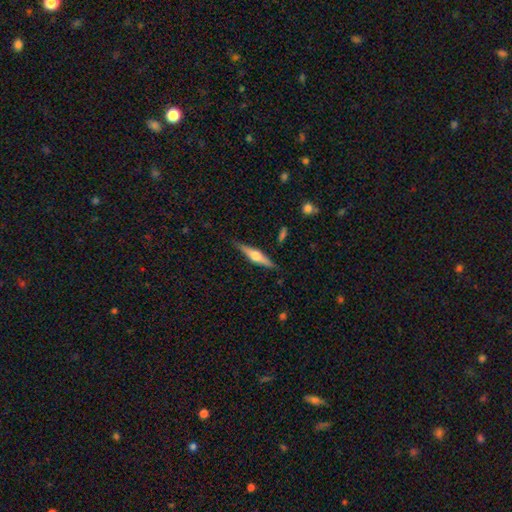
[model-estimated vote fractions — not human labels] A featured or disk galaxy (69%) viewed edge-on (97%) with a rounded central bulge (93%).

Vote fractions:
- Smooth or featured? featured or disk: 69% / smooth: 25% / star or artifact: 6%
- Edge-on disk? yes: 97% / no: 3%
- Edge-on bulge? rounded: 93% / boxy: 5% / none: 2%
- Merging? none: 88% / minor disturbance: 9% / major disturbance: 2% / merger: 1%